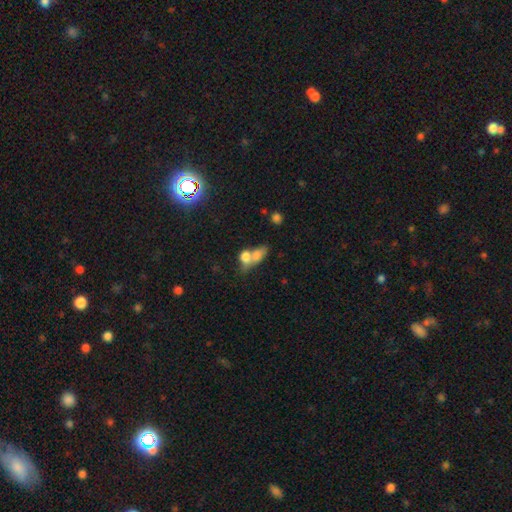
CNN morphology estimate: Smooth or featured? Predicted: smooth (p=0.72). How rounded? Predicted: in between (p=0.65). Merging? Predicted: merger (p=0.62).